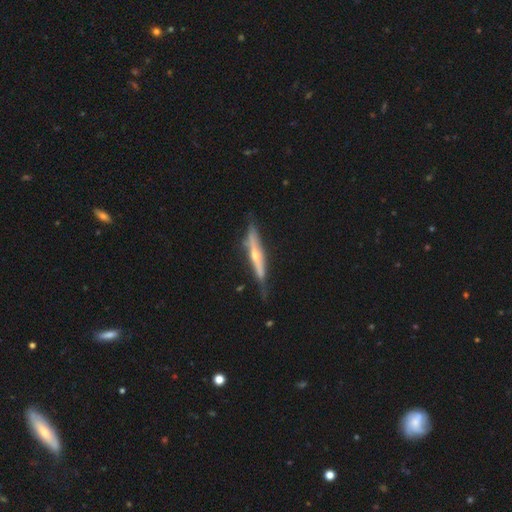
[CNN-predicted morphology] Smooth or featured? Predicted: featured or disk (p=0.73). Edge-on disk? Predicted: yes (p=0.93). Edge-on bulge? Predicted: rounded (p=0.83). Merging? Predicted: none (p=0.68).